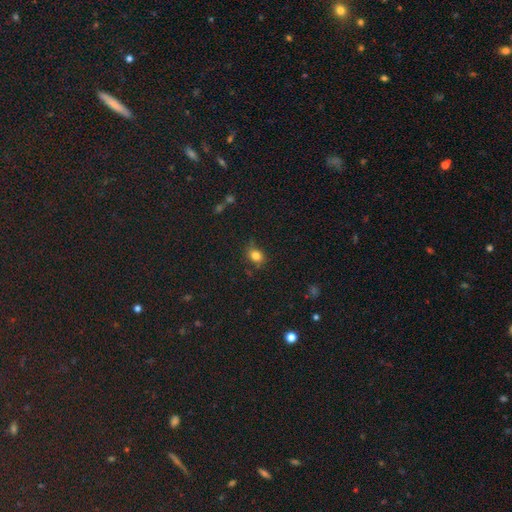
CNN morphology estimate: smooth 81%, star or artifact 13%, featured or disk 7%. Down the decision tree: how rounded — round (54%); merging — none (69%).